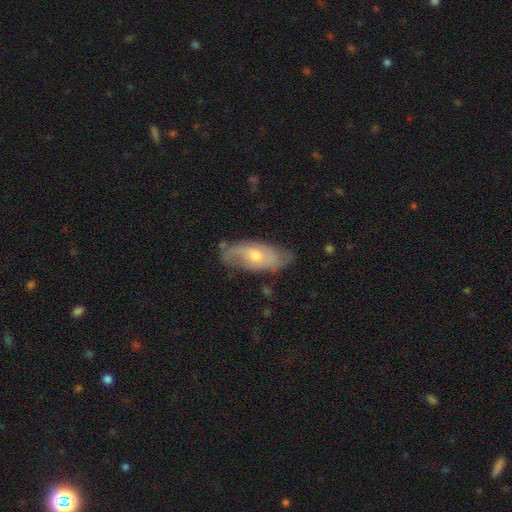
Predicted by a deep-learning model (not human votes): smooth-or-featured: featured or disk: 62% | smooth: 31% | star or artifact: 7%
  disk-edge-on: no: 85% | yes: 15%
    bar: no: 64% | weak: 31% | strong: 5%
    has-spiral-arms: yes: 81% | no: 19%
    bulge-size: moderate: 58% | small: 35% | large: 4% | none: 2% | dominant: 1%
  merging: none: 71% | minor disturbance: 22% | major disturbance: 6% | merger: 2%